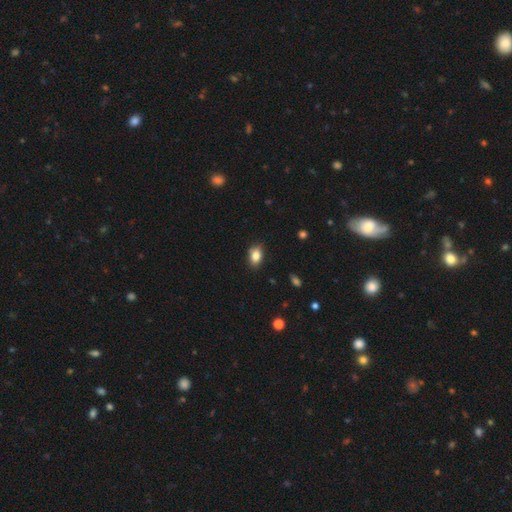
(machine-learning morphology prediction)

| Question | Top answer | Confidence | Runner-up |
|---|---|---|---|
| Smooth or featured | smooth | 84% | star or artifact (9%) |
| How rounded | in between | 82% | round (16%) |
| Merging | none | 82% | minor disturbance (15%) |